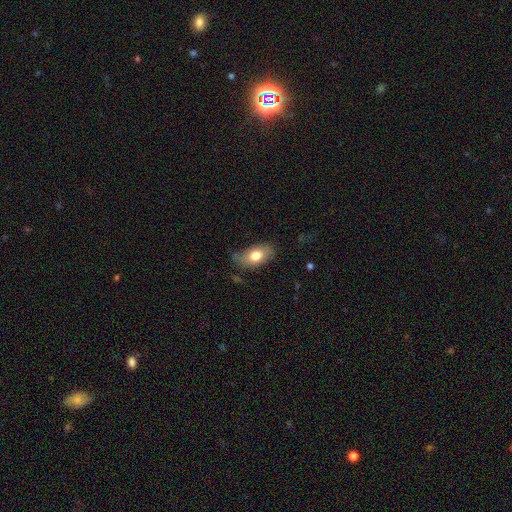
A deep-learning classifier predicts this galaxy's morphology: smooth_or_featured: smooth (p=0.76) [alt: featured or disk p=0.17]
how_rounded: in between (p=0.91) [alt: round p=0.06]
merging: none (p=0.70) [alt: minor disturbance p=0.23]